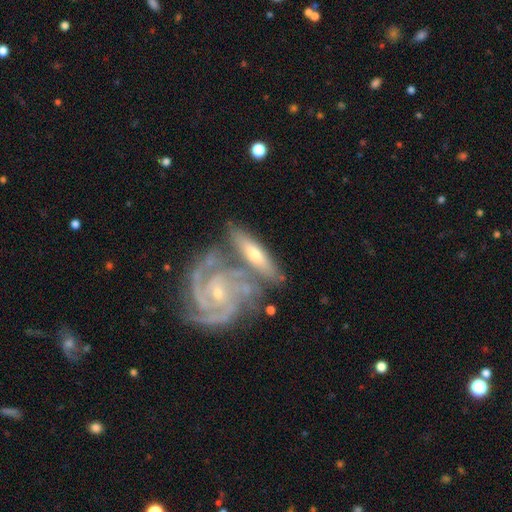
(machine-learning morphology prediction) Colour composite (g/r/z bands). It shows a featured or disk galaxy (66%) with no bar (63%), spiral arms (83%) and a small central bulge (51%). Merging: none (46%).